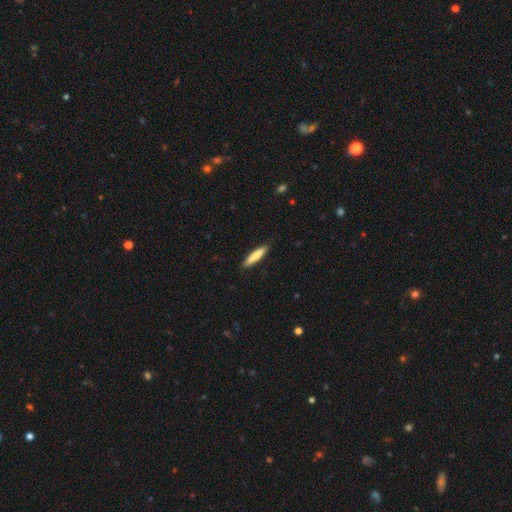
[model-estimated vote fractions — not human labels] Smooth or featured: smooth — 78% (featured or disk — 16%)
How rounded: cigar-shaped — 87% (in between — 12%)
Merging: none — 89% (minor disturbance — 9%)